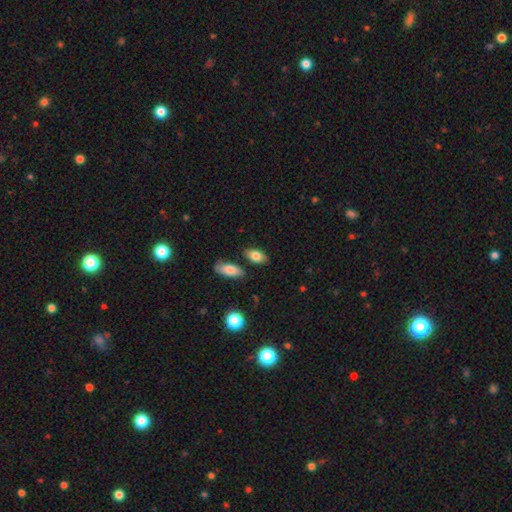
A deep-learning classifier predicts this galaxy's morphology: Overall: smooth (80%). How rounded: in between (89%). Merging: none (81%).